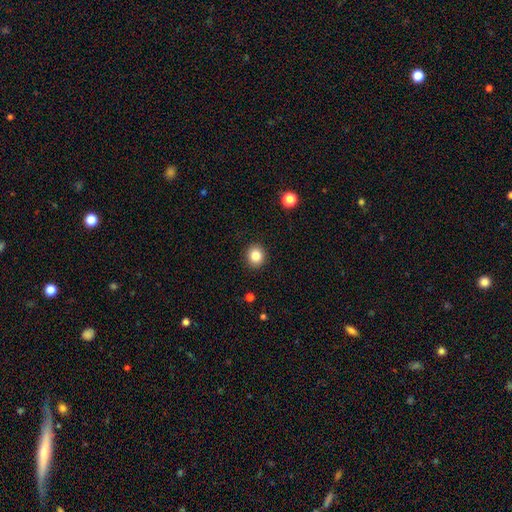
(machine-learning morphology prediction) Overall: smooth (84%). How rounded: round (83%). Merging: none (91%).